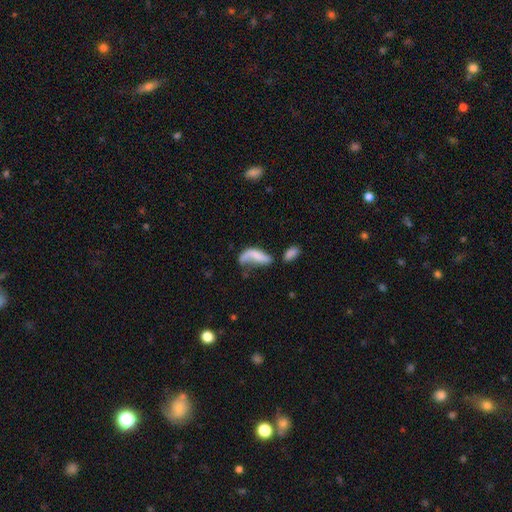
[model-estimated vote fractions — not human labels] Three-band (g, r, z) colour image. It shows a smooth galaxy with no disk features (49%). Merging: major disturbance (32%).